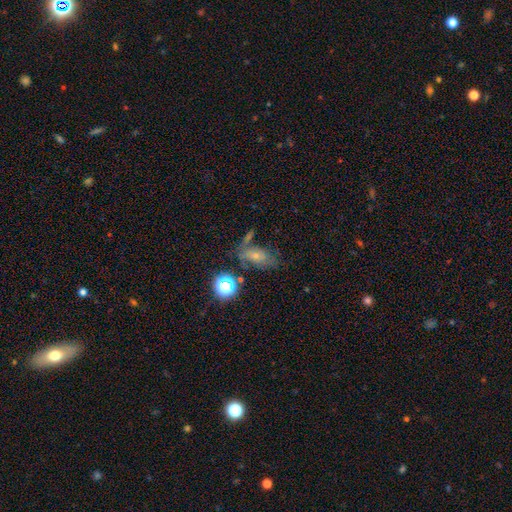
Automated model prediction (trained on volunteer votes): Smooth or featured? smooth (51%)
How rounded? in between (80%)
Merging? none (47%)